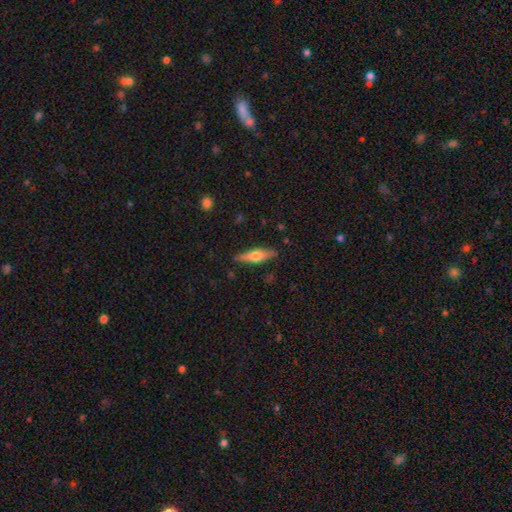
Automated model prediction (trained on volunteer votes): Smooth or featured? featured or disk (50%)
Edge-on disk? yes (93%)
Merging? none (88%)